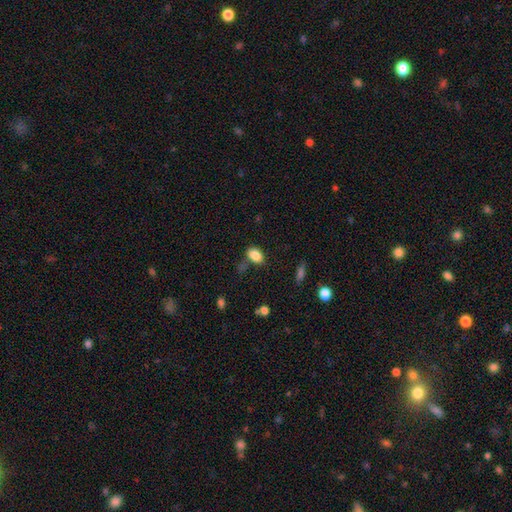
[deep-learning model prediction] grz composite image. It shows a smooth galaxy with no disk features (85%) that is in between round and cigar-shaped (89%). Merging: none (64%).